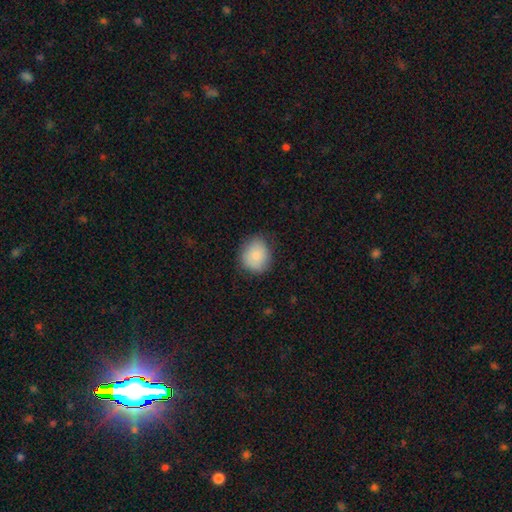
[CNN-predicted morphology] smooth-or-featured: smooth: 84% | featured or disk: 9% | star or artifact: 7%
  how-rounded: round: 75% | in between: 24% | cigar-shaped: 1%
  merging: none: 75% | minor disturbance: 20% | major disturbance: 4% | merger: 1%